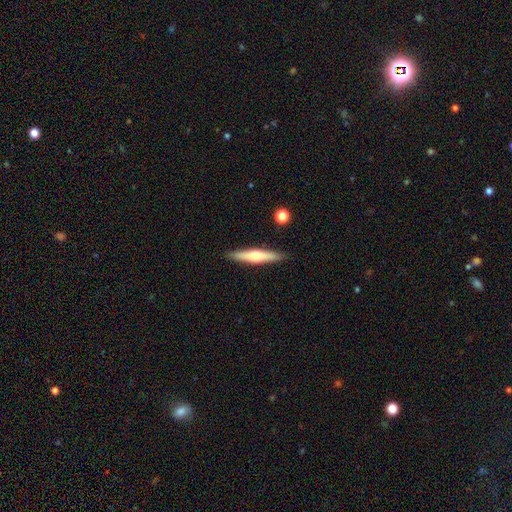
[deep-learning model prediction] A featured or disk galaxy (48%). Merging: none (89%).